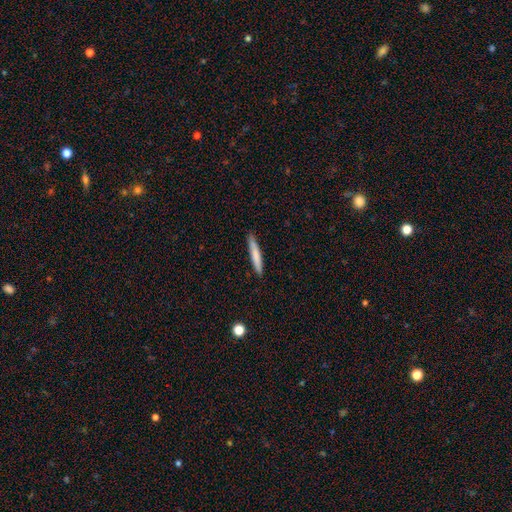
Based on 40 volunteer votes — smooth_or_featured: smooth (p=0.68) [alt: featured or disk p=0.30]
how_rounded: cigar-shaped (p=0.96) [alt: in between p=0.04]
merging: none (p=0.85) [alt: minor disturbance p=0.13]